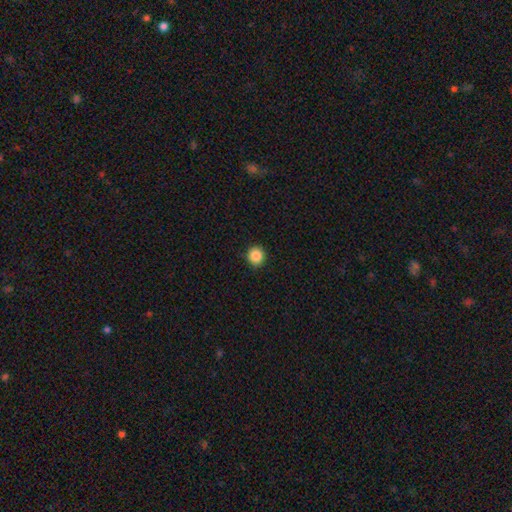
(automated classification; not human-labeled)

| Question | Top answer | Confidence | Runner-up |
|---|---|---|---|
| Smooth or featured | smooth | 87% | star or artifact (10%) |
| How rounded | round | 93% | in between (6%) |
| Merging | none | 90% | minor disturbance (7%) |